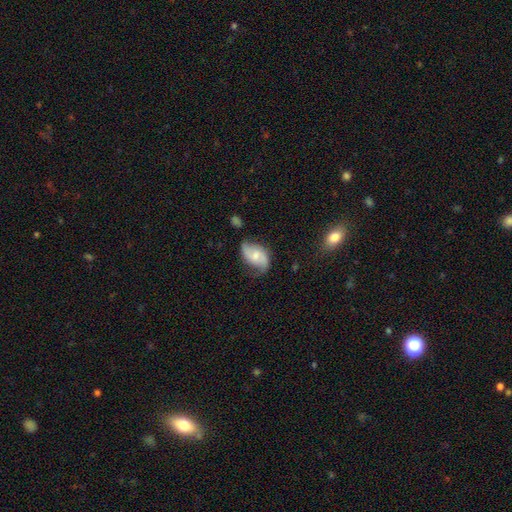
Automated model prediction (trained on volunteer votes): featured or disk 72%, smooth 21%, star or artifact 7%. Down the decision tree: edge-on disk — no (97%); bar — no (50%); spiral arms — yes (93%); spiral arm count — 2 (89%); spiral winding — loose (53%); bulge size — moderate (46%); merging — none (61%).